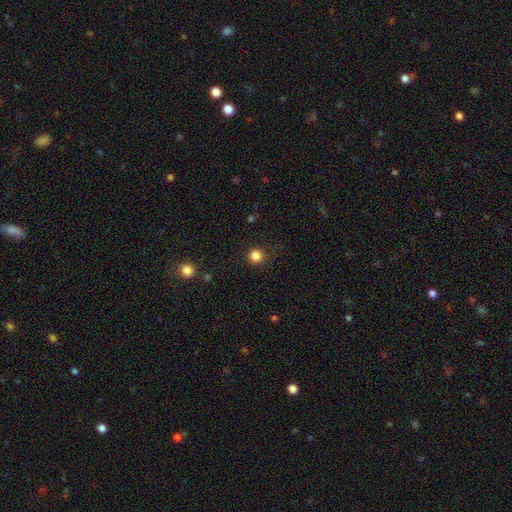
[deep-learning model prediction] Q: Smooth or featured?
A: smooth (84%); runner-up: star or artifact (13%)
Q: How rounded?
A: round (93%); runner-up: in between (6%)
Q: Merging?
A: none (87%); runner-up: minor disturbance (8%)